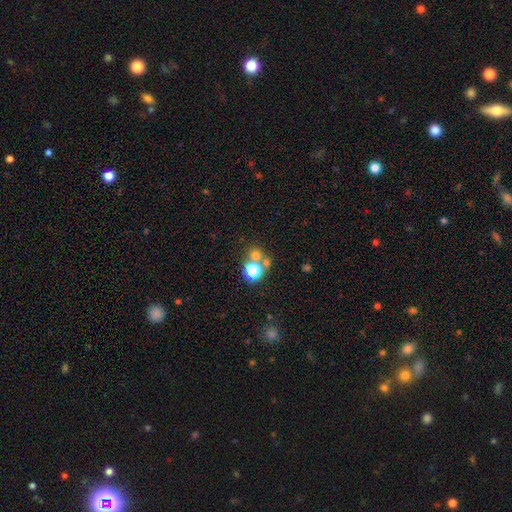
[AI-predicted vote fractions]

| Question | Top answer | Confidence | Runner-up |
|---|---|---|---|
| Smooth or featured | smooth | 66% | star or artifact (22%) |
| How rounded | round | 86% | in between (13%) |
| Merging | none | 51% | merger (38%) |